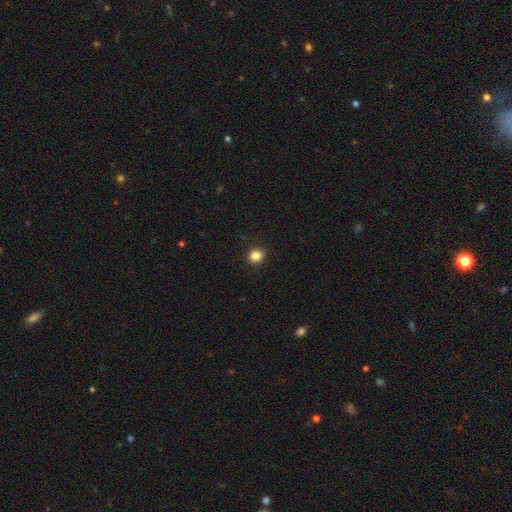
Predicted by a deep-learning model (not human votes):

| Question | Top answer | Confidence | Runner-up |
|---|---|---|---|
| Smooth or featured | smooth | 85% | star or artifact (11%) |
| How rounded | round | 81% | in between (18%) |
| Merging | none | 92% | minor disturbance (6%) |